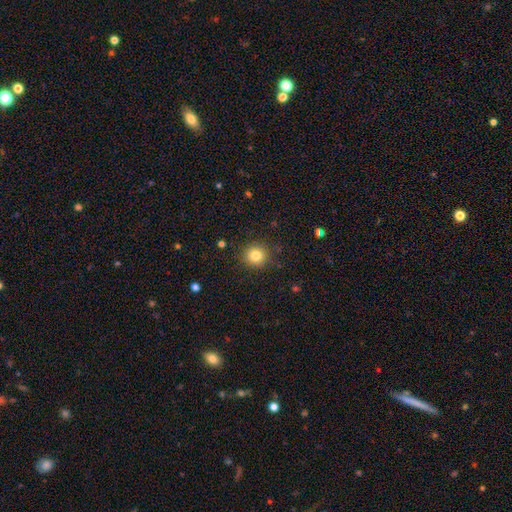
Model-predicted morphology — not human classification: Smooth or featured? smooth (82%)
How rounded? round (92%)
Merging? none (89%)